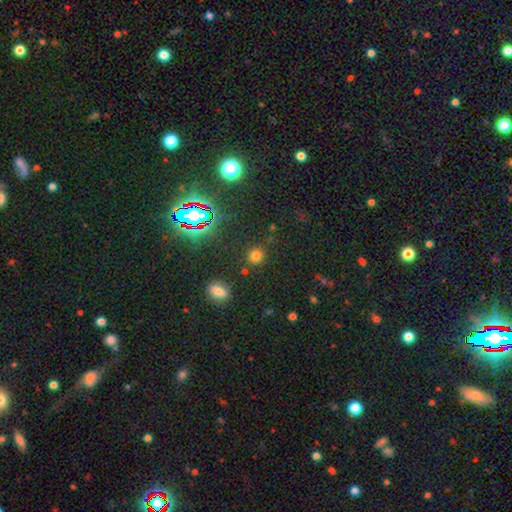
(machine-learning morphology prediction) Smooth or featured: smooth — 69% (star or artifact — 25%)
How rounded: round — 84% (in between — 14%)
Merging: none — 84% (minor disturbance — 9%)